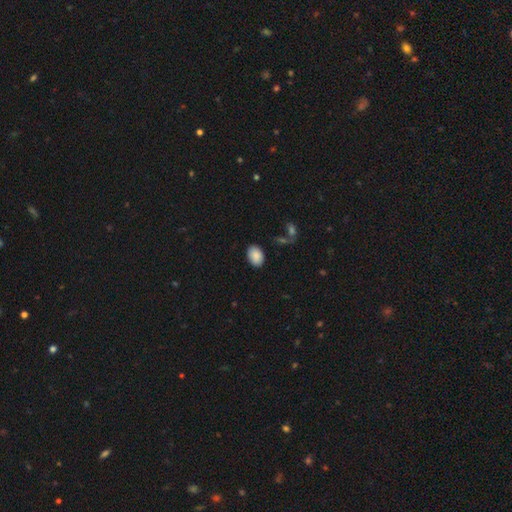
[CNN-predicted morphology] smooth_or_featured: smooth (p=0.88) [alt: star or artifact p=0.07]
how_rounded: in between (p=0.85) [alt: round p=0.14]
merging: none (p=0.86) [alt: minor disturbance p=0.09]